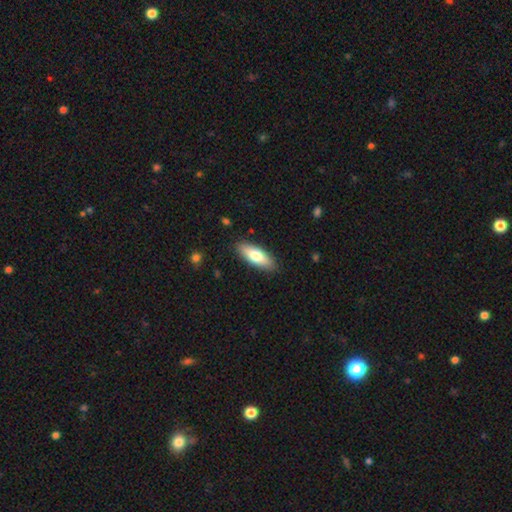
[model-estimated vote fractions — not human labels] smooth-or-featured: smooth: 73% | featured or disk: 22% | star or artifact: 6%
  how-rounded: in between: 69% | cigar-shaped: 29% | round: 2%
  merging: none: 88% | minor disturbance: 9% | major disturbance: 2% | merger: 1%